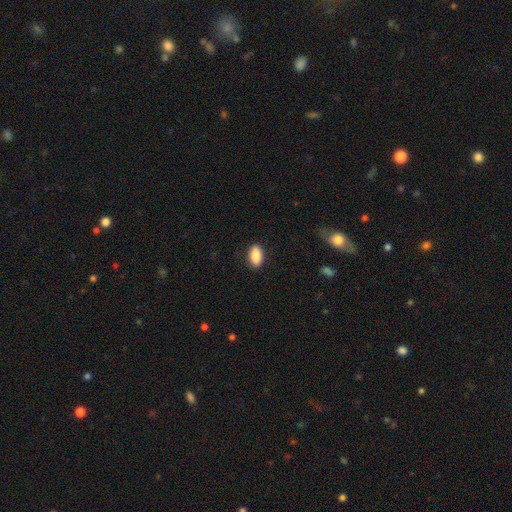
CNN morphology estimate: smooth_or_featured: smooth (p=0.89) [alt: star or artifact p=0.07]
how_rounded: in between (p=0.93) [alt: round p=0.04]
merging: none (p=0.88) [alt: minor disturbance p=0.09]